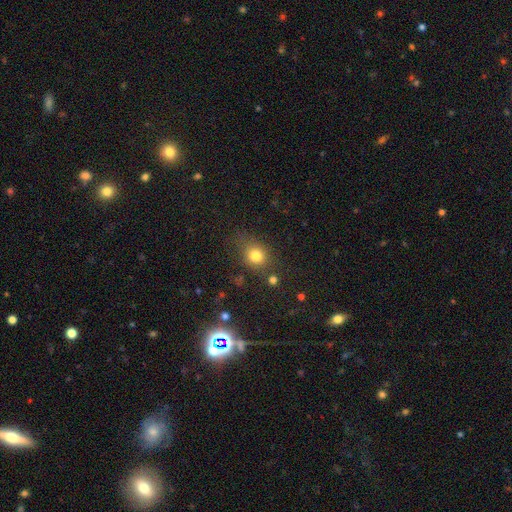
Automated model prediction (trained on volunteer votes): smooth_or_featured: smooth (p=0.78) [alt: star or artifact p=0.14]
how_rounded: round (p=0.70) [alt: in between p=0.29]
merging: none (p=0.66) [alt: minor disturbance p=0.20]